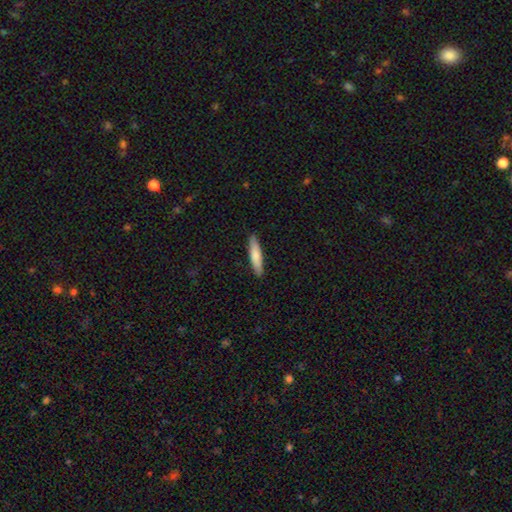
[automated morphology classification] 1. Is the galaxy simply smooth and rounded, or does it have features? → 77% smooth, 18% featured or disk, 5% star or artifact.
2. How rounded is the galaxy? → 83% cigar-shaped, 16% in between, 1% round.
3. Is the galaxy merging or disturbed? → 90% none, 8% minor disturbance, 1% major disturbance, 1% merger.